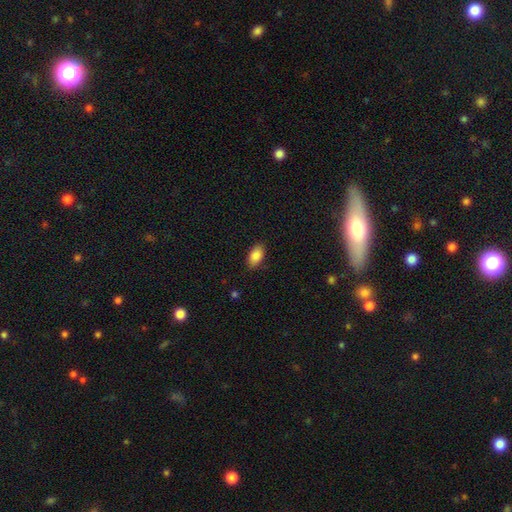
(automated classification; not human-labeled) This appears to be a smooth galaxy with no disk features (87%) that is in between round and cigar-shaped (92%). Merging: none (86%).